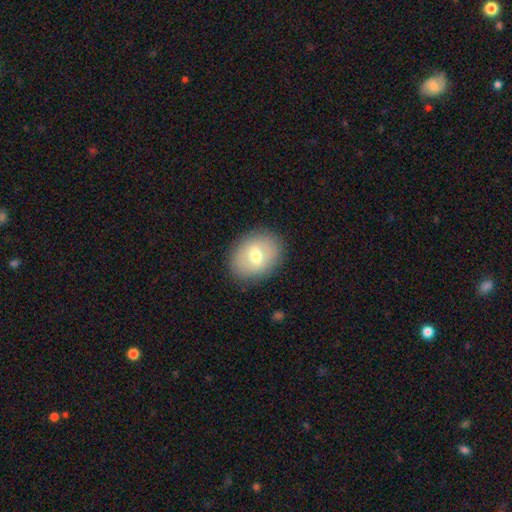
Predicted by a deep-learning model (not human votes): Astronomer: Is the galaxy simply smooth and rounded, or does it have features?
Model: smooth — 63%.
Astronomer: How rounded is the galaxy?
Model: in between — 60% (runner-up: round, 39%).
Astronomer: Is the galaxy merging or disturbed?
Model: none — 86%.